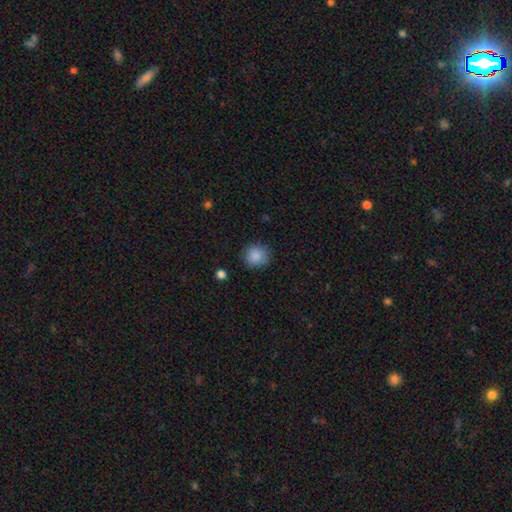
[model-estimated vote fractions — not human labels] smooth 88%, star or artifact 9%, featured or disk 4%. Down the decision tree: how rounded — round (88%); merging — none (86%).